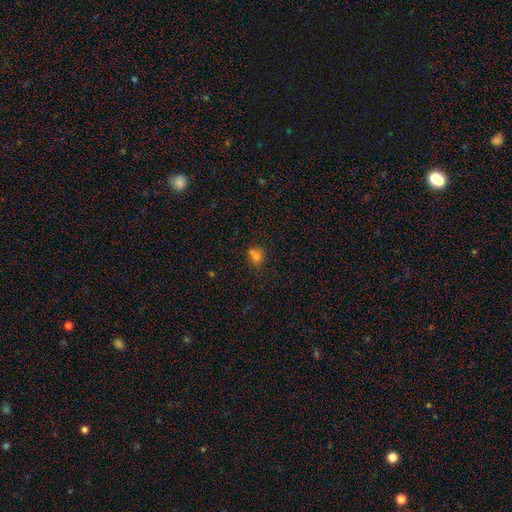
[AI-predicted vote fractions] Q: Smooth or featured?
A: smooth (74%); runner-up: star or artifact (15%)
Q: How rounded?
A: round (65%); runner-up: in between (34%)
Q: Merging?
A: none (50%); runner-up: merger (31%)